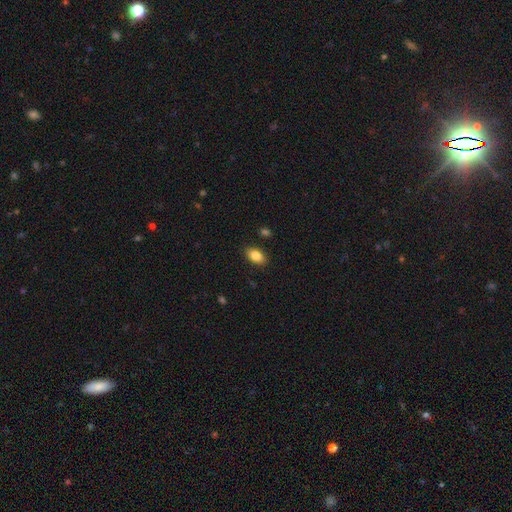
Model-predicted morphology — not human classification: Smooth or featured?
  - smooth: 85% *
  - star or artifact: 8%
  - featured or disk: 8%
How rounded?
  - in between: 91% *
  - round: 7%
  - cigar-shaped: 2%
Merging?
  - none: 87% *
  - minor disturbance: 9%
  - major disturbance: 2%
  - merger: 2%